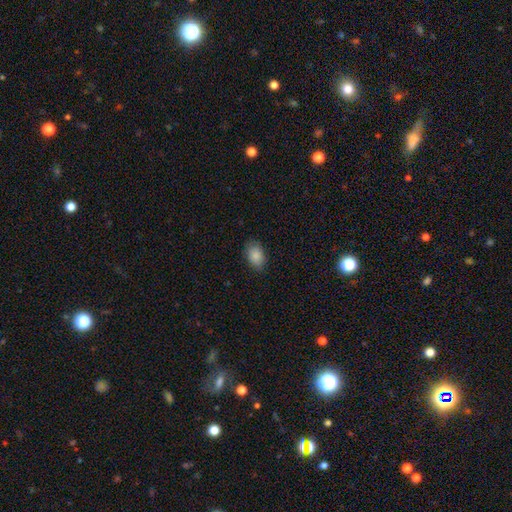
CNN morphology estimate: A smooth galaxy with no disk features (87%) that is in between round and cigar-shaped (86%).

Vote fractions:
- Smooth or featured? smooth: 87% / star or artifact: 7% / featured or disk: 6%
- How rounded? in between: 86% / round: 13% / cigar-shaped: 1%
- Merging? none: 82% / minor disturbance: 14% / major disturbance: 3% / merger: 1%